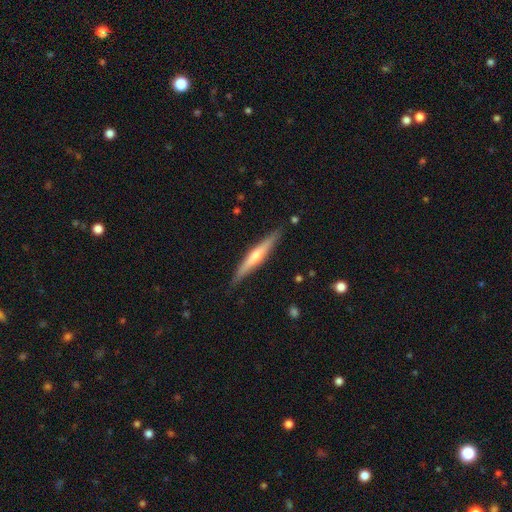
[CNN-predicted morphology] Smooth or featured?
  - featured or disk: 64% *
  - smooth: 31%
  - star or artifact: 6%
Edge-on disk?
  - yes: 97% *
  - no: 3%
Edge-on bulge?
  - rounded: 80% *
  - none: 13%
  - boxy: 7%
Merging?
  - none: 88% *
  - minor disturbance: 9%
  - major disturbance: 2%
  - merger: 1%